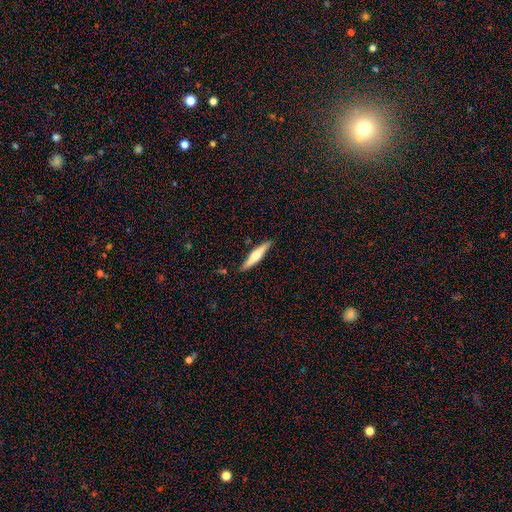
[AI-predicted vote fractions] Smooth or featured? Predicted: featured or disk (p=0.53). Edge-on disk? Predicted: yes (p=0.95). Edge-on bulge? Predicted: rounded (p=0.88). Merging? Predicted: none (p=0.87).